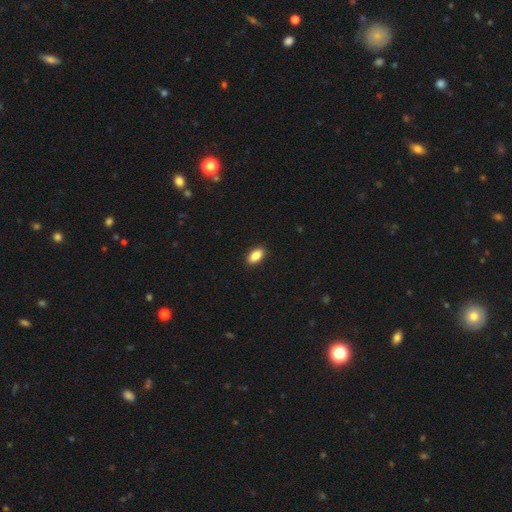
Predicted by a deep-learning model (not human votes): The model was most divided on "smooth or featured": smooth: 88%, star or artifact: 7%, featured or disk: 5%. More confident: how rounded — in between (91%); merging — none (90%).